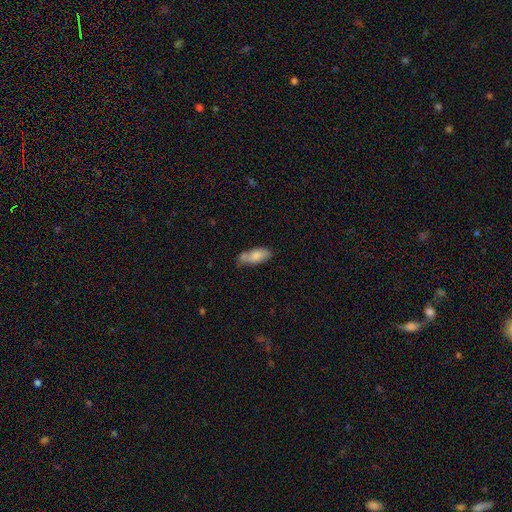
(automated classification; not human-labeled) Morphology: type=smooth (79%); roundness=in between (77%); merging=none (58%).